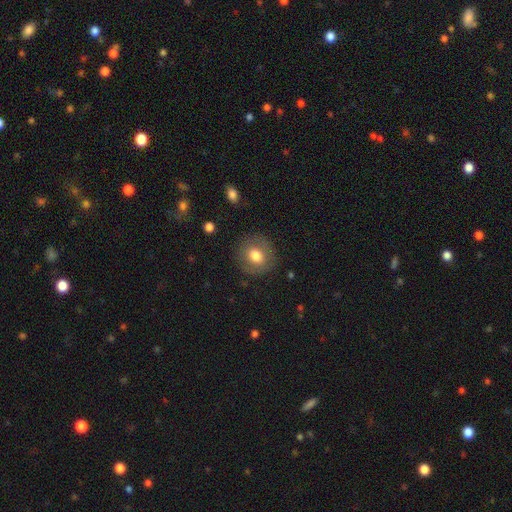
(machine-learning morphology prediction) This is likely a smooth galaxy (73%). How rounded: likely round (79%). Merging: clearly none (85%).